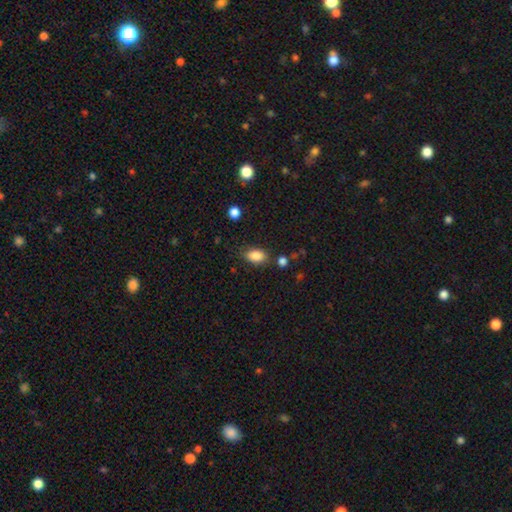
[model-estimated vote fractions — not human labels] The model was most divided on "merging": none: 77%, minor disturbance: 14%, merger: 5%, major disturbance: 4%. More confident: how rounded — in between (88%); smooth or featured — smooth (86%).